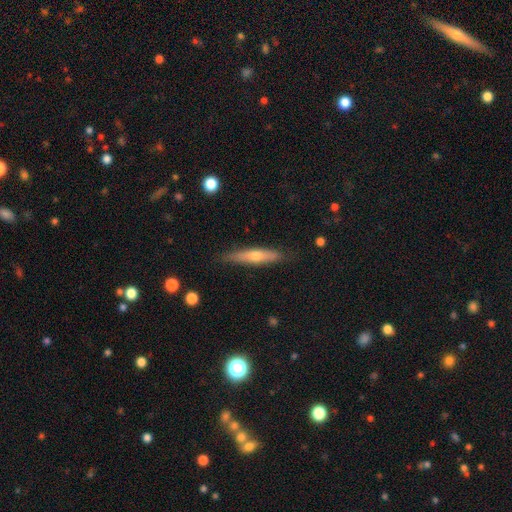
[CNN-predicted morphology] smooth_or_featured: smooth (p=0.48) [alt: featured or disk p=0.46]
merging: none (p=0.85) [alt: minor disturbance p=0.12]